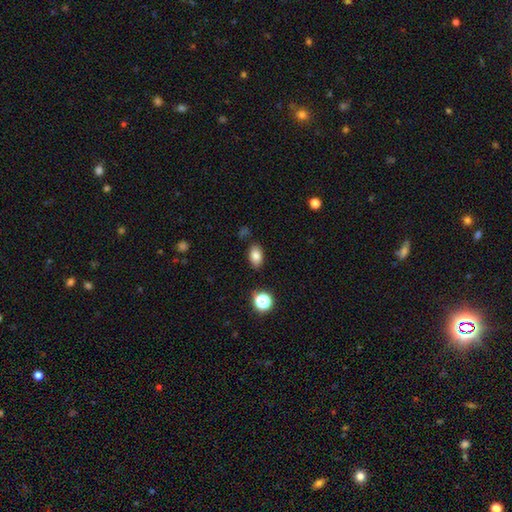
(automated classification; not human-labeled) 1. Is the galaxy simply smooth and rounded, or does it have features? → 81% smooth, 11% star or artifact, 8% featured or disk.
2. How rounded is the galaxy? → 87% in between, 11% round, 2% cigar-shaped.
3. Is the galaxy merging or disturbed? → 83% none, 11% minor disturbance, 3% merger, 3% major disturbance.